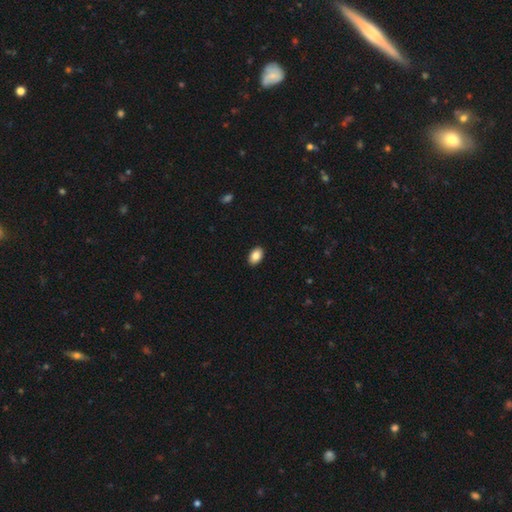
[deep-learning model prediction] This is clearly a smooth galaxy (86%). How rounded: clearly in between (90%). Merging: clearly none (91%).